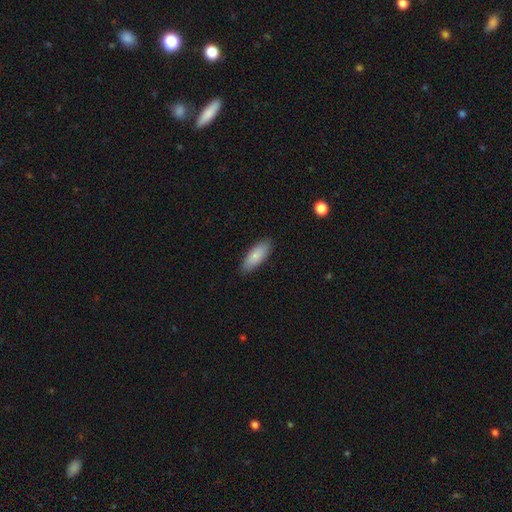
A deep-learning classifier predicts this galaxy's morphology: smooth-or-featured: smooth: 83% | featured or disk: 11% | star or artifact: 6%
  how-rounded: in between: 72% | cigar-shaped: 27% | round: 2%
  merging: none: 87% | minor disturbance: 10% | major disturbance: 2% | merger: 1%